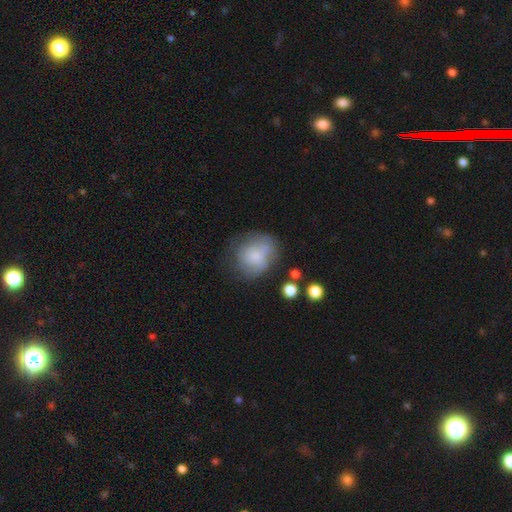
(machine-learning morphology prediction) The model was most divided on "smooth or featured": smooth: 55%, featured or disk: 37%, star or artifact: 9%. More confident: how rounded — round (67%); merging — none (56%).